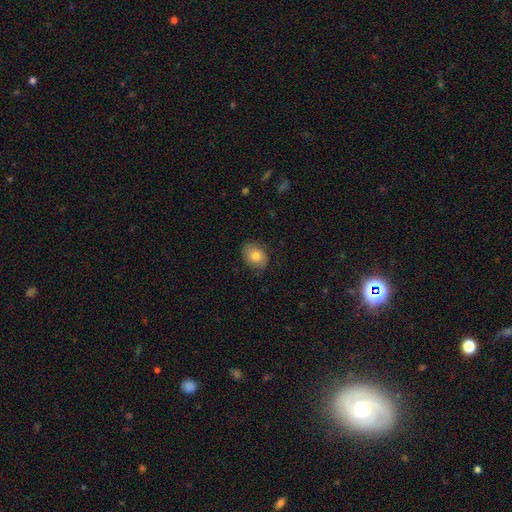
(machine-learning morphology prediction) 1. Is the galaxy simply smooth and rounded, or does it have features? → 75% smooth, 18% featured or disk, 8% star or artifact.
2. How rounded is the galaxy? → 61% in between, 38% round, 1% cigar-shaped.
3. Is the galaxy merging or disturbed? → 79% none, 16% minor disturbance, 4% major disturbance, 1% merger.